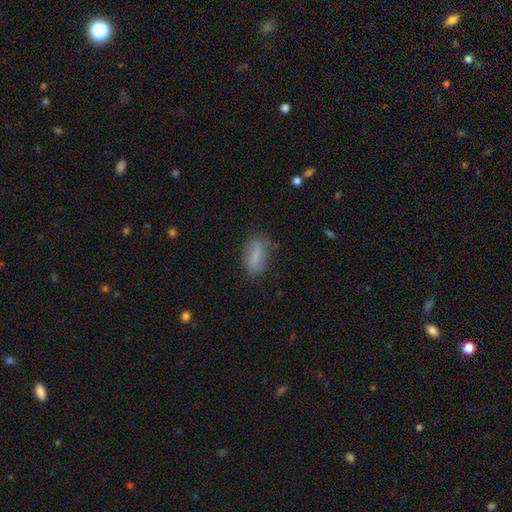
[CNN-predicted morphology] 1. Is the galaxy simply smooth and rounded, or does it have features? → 76% smooth, 16% featured or disk, 8% star or artifact.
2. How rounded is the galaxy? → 88% in between, 7% cigar-shaped, 5% round.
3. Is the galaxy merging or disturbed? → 73% none, 19% minor disturbance, 5% major disturbance, 2% merger.